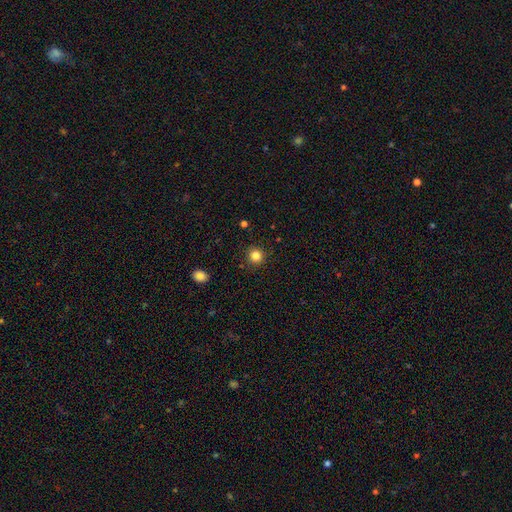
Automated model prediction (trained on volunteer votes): A smooth galaxy with no disk features (84%) that is round (93%).

Vote fractions:
- Smooth or featured? smooth: 84% / star or artifact: 12% / featured or disk: 5%
- How rounded? round: 93% / in between: 6% / cigar-shaped: 1%
- Merging? none: 91% / minor disturbance: 6% / major disturbance: 2% / merger: 1%